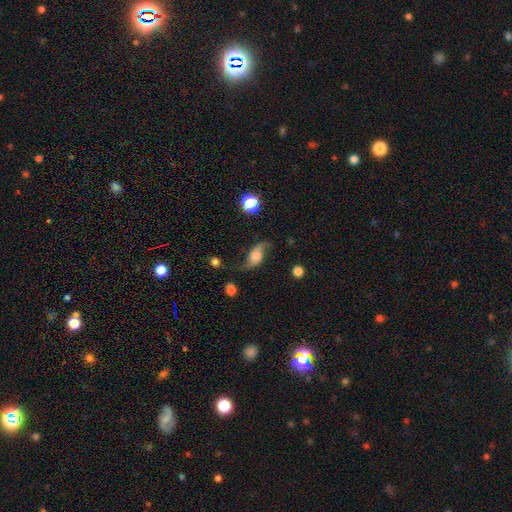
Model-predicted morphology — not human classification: A featured or disk galaxy (65%) with no bar (64%), 2 (91%) loose (87%) spiral arms (93%) and a large central bulge (28%).

Vote fractions:
- Smooth or featured? featured or disk: 65% / smooth: 25% / star or artifact: 10%
- Edge-on disk? no: 93% / yes: 7%
- Bar? no: 64% / weak: 28% / strong: 8%
- Spiral arms? yes: 93% / no: 7%
- Spiral winding? loose: 87% / medium: 10% / tight: 3%
- Spiral arm count? 2: 91% / 1: 4% / can't tell: 2% / 3: 1% / 4: 1% / more than 4: 1%
- Bulge size? large: 28% / none: 24% / moderate: 18% / small: 15% / dominant: 15%
- Merging? none: 59% / minor disturbance: 22% / major disturbance: 15% / merger: 4%